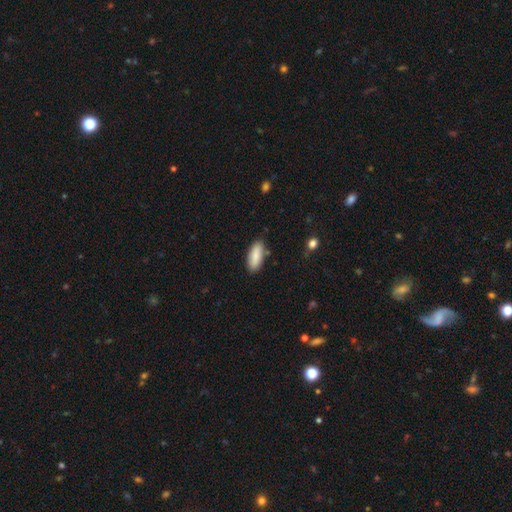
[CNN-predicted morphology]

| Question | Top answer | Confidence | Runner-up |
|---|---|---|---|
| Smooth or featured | smooth | 86% | featured or disk (8%) |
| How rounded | in between | 76% | cigar-shaped (22%) |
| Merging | none | 83% | minor disturbance (13%) |